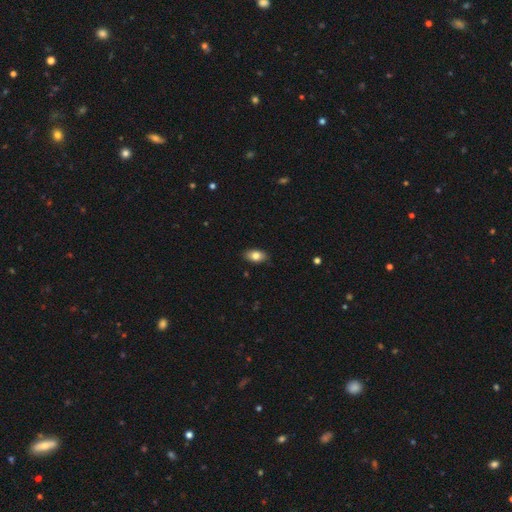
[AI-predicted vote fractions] smooth-or-featured: smooth: 81% | featured or disk: 11% | star or artifact: 7%
  how-rounded: in between: 90% | round: 7% | cigar-shaped: 3%
  merging: none: 86% | minor disturbance: 11% | major disturbance: 2% | merger: 1%